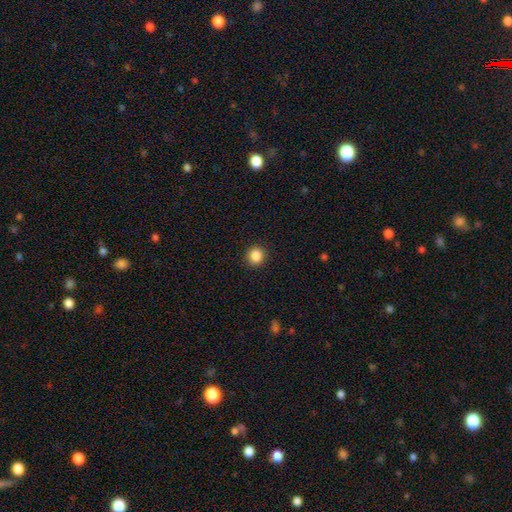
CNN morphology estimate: This is clearly a smooth galaxy (86%). How rounded: clearly round (86%). Merging: clearly none (92%).